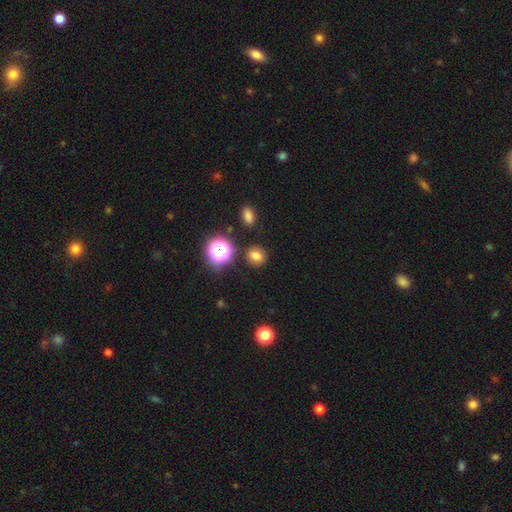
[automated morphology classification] This is likely a smooth galaxy (76%). How rounded: likely round (74%). Merging: clearly none (86%).